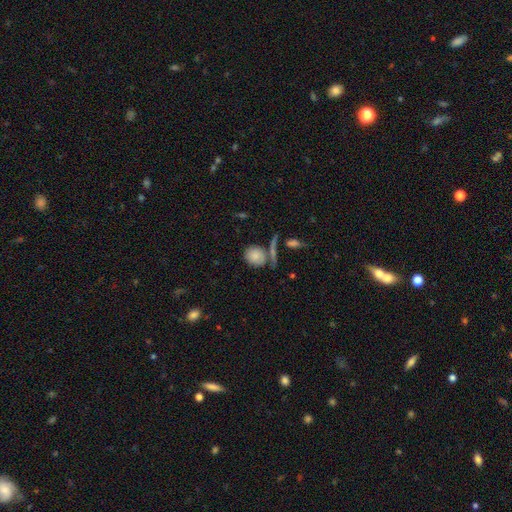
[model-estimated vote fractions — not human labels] A smooth galaxy with no disk features (78%) that is round (72%).

Vote fractions:
- Smooth or featured? smooth: 78% / featured or disk: 13% / star or artifact: 9%
- How rounded? round: 72% / in between: 26% / cigar-shaped: 2%
- Merging? none: 57% / merger: 20% / minor disturbance: 15% / major disturbance: 7%